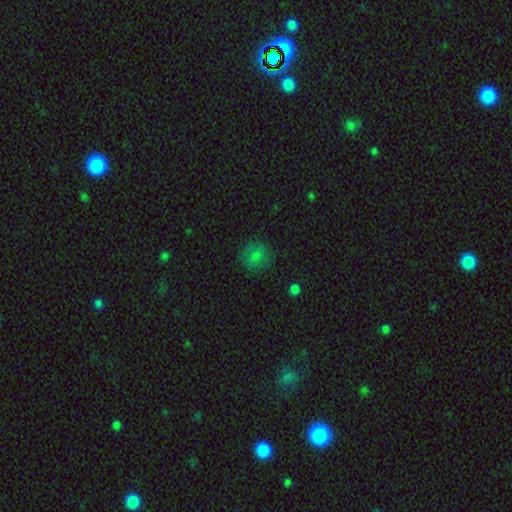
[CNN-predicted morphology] Smooth or featured: smooth — 75% (star or artifact — 13%)
How rounded: round — 84% (in between — 15%)
Merging: none — 79% (minor disturbance — 15%)